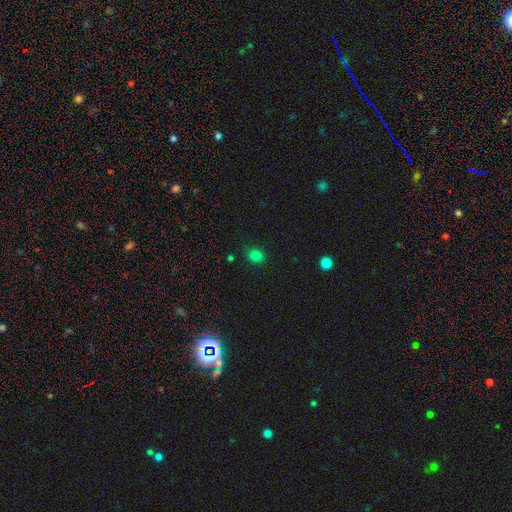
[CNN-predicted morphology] Smooth or featured? smooth (81%)
How rounded? round (66%)
Merging? none (84%)